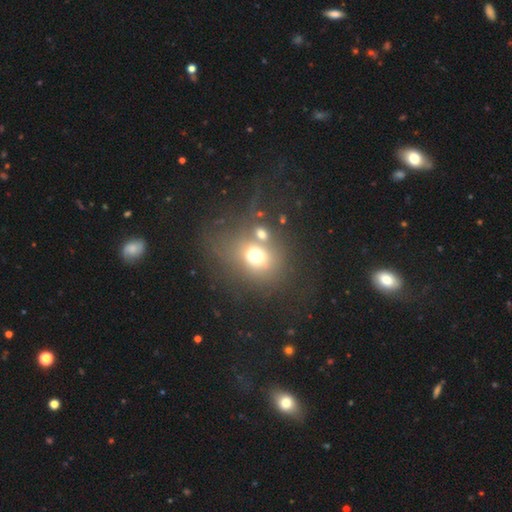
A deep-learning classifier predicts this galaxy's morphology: This is likely a smooth galaxy (64%). How rounded: likely round (65%). Merging: marginally none (42%).